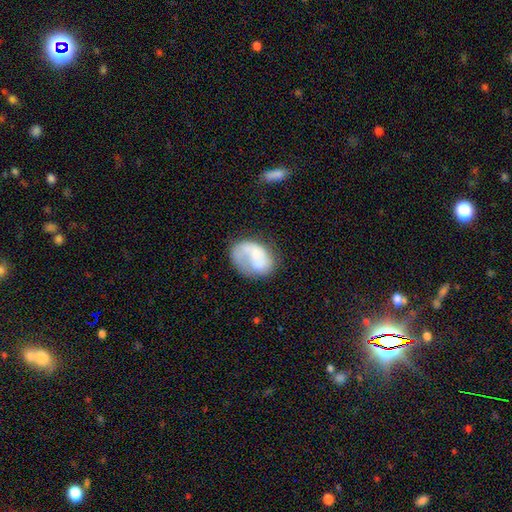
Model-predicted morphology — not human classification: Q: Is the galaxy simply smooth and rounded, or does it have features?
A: featured or disk — 47%.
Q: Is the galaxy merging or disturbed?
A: none — 41%.